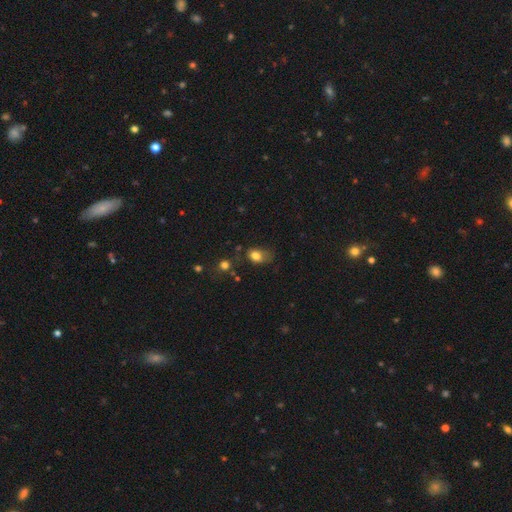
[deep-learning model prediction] Q: Smooth or featured?
A: smooth (78%); runner-up: star or artifact (11%)
Q: How rounded?
A: in between (74%); runner-up: round (24%)
Q: Merging?
A: none (42%); runner-up: minor disturbance (34%)